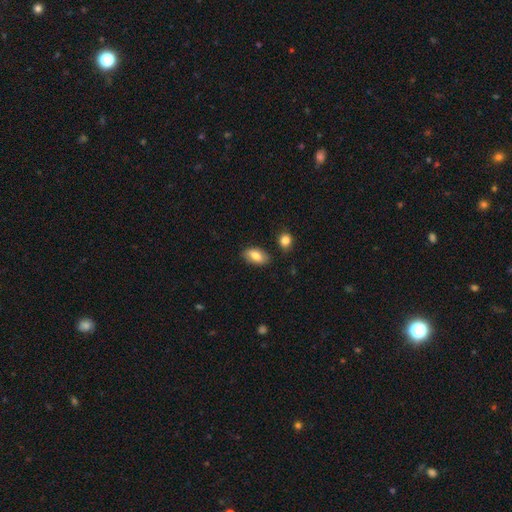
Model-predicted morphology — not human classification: smooth 80%, featured or disk 13%, star or artifact 7%. Down the decision tree: how rounded — in between (91%); merging — none (82%).